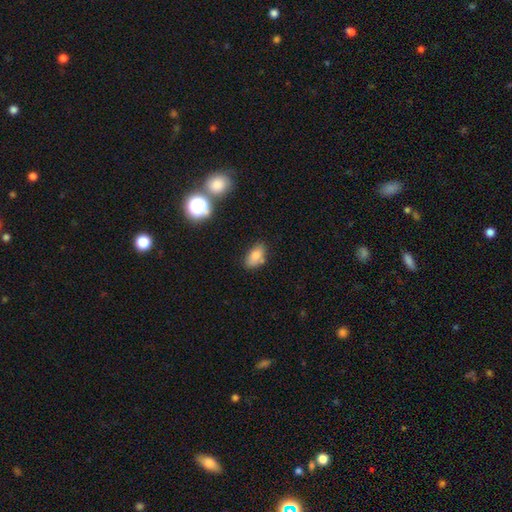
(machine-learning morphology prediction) Smooth or featured? smooth (77%)
How rounded? in between (89%)
Merging? none (70%)